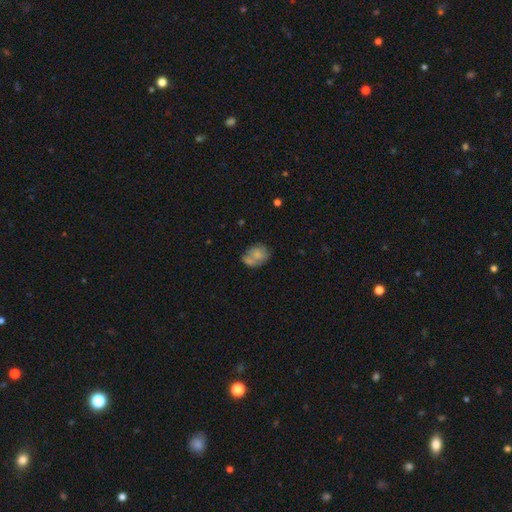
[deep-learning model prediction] Morphology: type=smooth (67%); roundness=in between (54%); merging=none (40%).